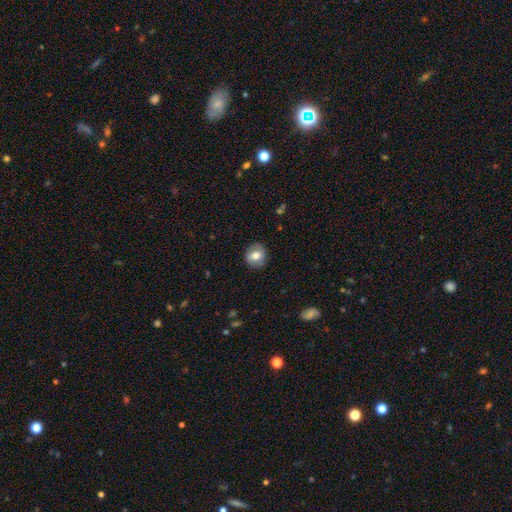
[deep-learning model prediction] Smooth or featured: smooth — 66% (featured or disk — 26%)
How rounded: round — 81% (in between — 18%)
Merging: none — 84% (minor disturbance — 11%)